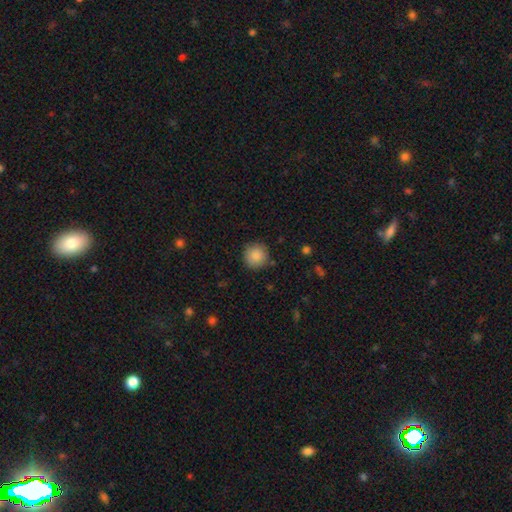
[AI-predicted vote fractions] Q: Smooth or featured?
A: smooth (88%); runner-up: star or artifact (8%)
Q: How rounded?
A: round (94%); runner-up: in between (5%)
Q: Merging?
A: none (87%); runner-up: minor disturbance (9%)